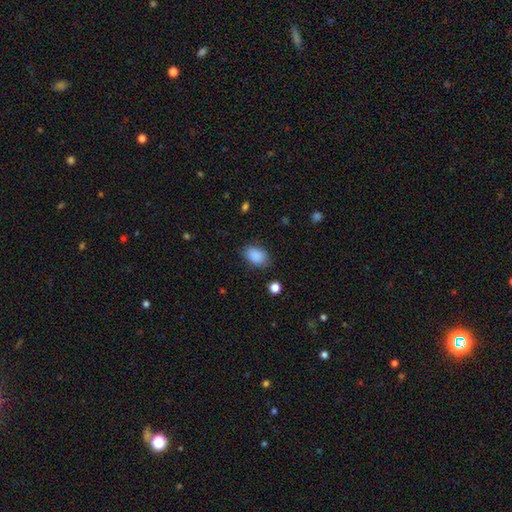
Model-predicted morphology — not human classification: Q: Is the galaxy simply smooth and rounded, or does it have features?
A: smooth — 89%.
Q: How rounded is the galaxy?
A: in between — 86%.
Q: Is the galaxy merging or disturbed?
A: none — 81%.